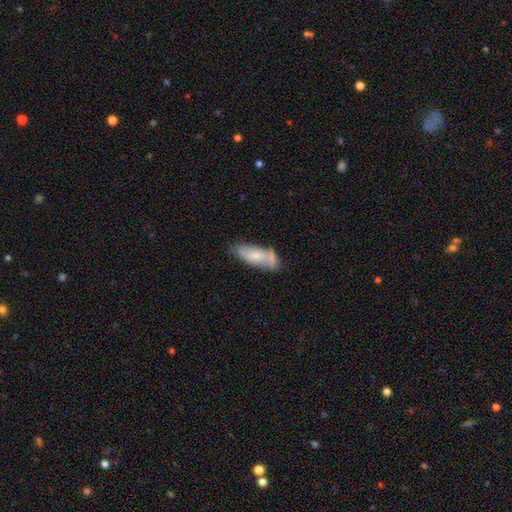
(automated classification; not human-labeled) Morphology: type=smooth (56%); roundness=in between (74%); merging=none (50%).